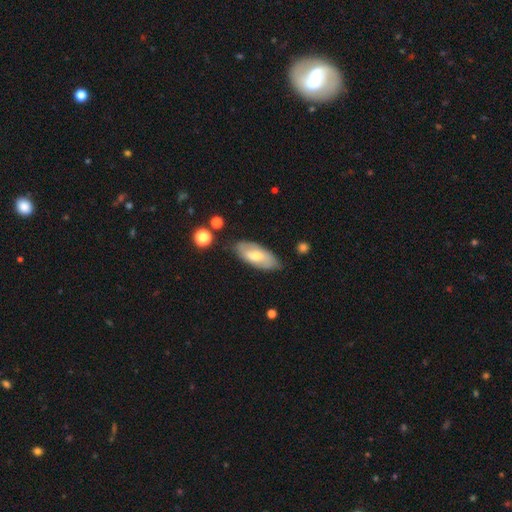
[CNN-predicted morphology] smooth_or_featured: smooth (p=0.57) [alt: featured or disk p=0.37]
how_rounded: in between (p=0.86) [alt: cigar-shaped p=0.12]
merging: none (p=0.78) [alt: minor disturbance p=0.16]